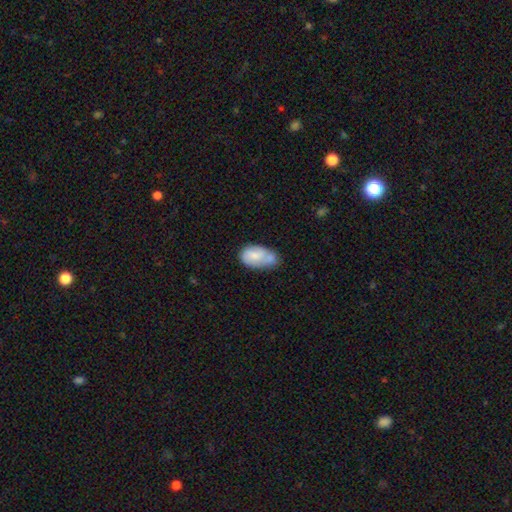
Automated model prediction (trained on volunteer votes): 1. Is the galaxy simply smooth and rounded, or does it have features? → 64% smooth, 29% featured or disk, 7% star or artifact.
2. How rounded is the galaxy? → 91% in between, 7% round, 2% cigar-shaped.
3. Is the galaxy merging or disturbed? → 35% merger, 29% none, 26% minor disturbance, 10% major disturbance.